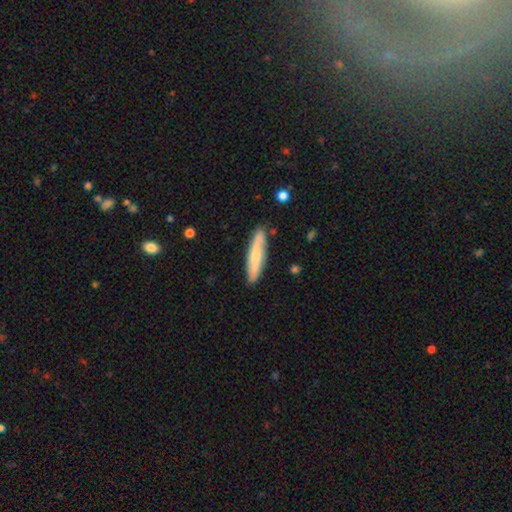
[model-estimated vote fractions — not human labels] smooth-or-featured: smooth: 63% | featured or disk: 31% | star or artifact: 5%
  how-rounded: cigar-shaped: 86% | in between: 13% | round: 1%
  merging: none: 86% | minor disturbance: 10% | major disturbance: 2% | merger: 2%